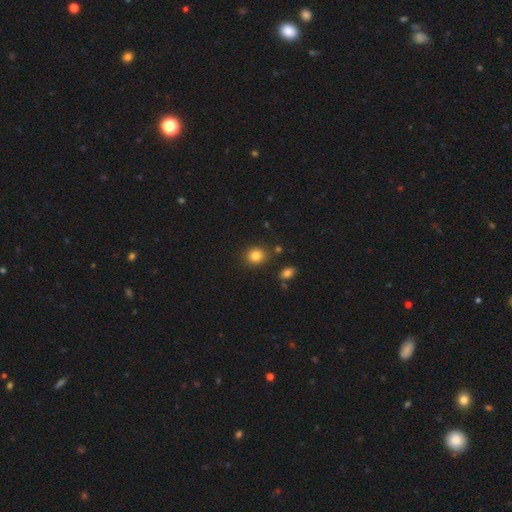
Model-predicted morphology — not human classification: A smooth galaxy with no disk features (84%) that is round (72%).

Vote fractions:
- Smooth or featured? smooth: 84% / star or artifact: 11% / featured or disk: 5%
- How rounded? round: 72% / in between: 27% / cigar-shaped: 1%
- Merging? none: 84% / minor disturbance: 9% / merger: 4% / major disturbance: 3%